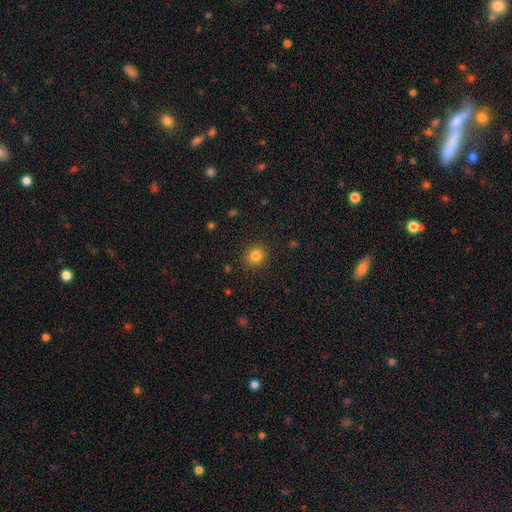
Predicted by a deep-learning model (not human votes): The model was most divided on "smooth or featured": smooth: 83%, star or artifact: 12%, featured or disk: 5%. More confident: how rounded — round (90%); merging — none (89%).